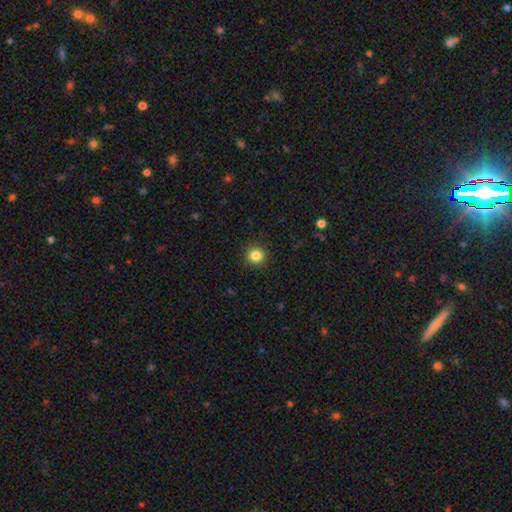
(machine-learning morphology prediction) smooth-or-featured: smooth: 85% | star or artifact: 11% | featured or disk: 4%
  how-rounded: round: 93% | in between: 6% | cigar-shaped: 1%
  merging: none: 92% | minor disturbance: 6% | major disturbance: 2% | merger: 1%